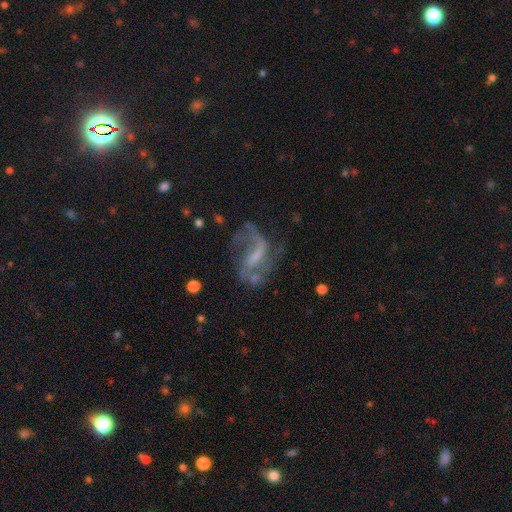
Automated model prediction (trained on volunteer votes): This is likely a featured or disk galaxy (76%). It is clearly not viewed edge-on (95%). Bar: marginally weak (45%). Spiral arm pattern: clearly yes (83%). Spiral arm count: likely 2 (66%). Spiral winding: likely loose (62%). Central bulge: marginally none (41%). Merging: possibly none (48%).